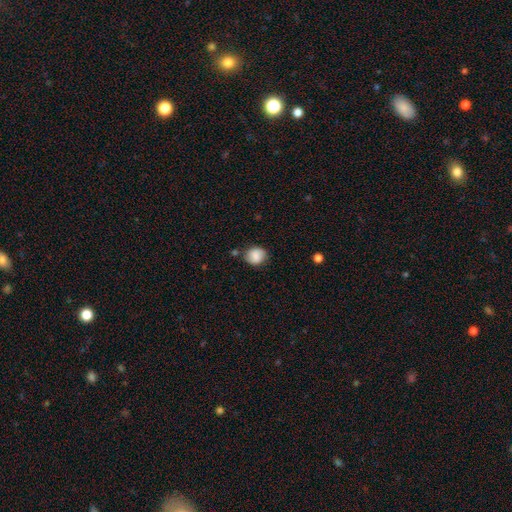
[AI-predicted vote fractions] Overall: smooth (83%). How rounded: round (70%). Merging: none (75%).